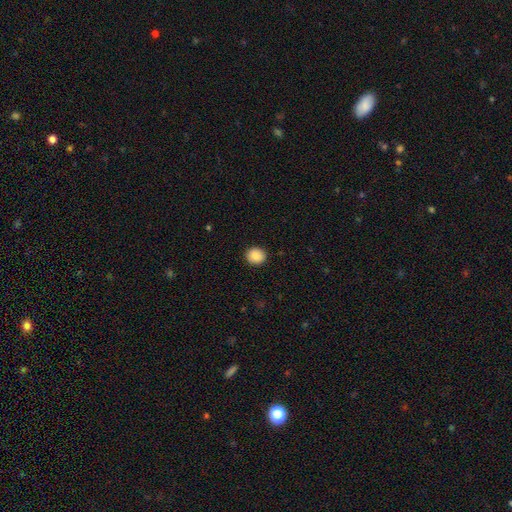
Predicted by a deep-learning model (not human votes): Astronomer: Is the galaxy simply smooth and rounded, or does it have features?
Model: smooth — 89%.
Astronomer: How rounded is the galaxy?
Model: round — 83%.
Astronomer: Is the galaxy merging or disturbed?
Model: none — 92%.